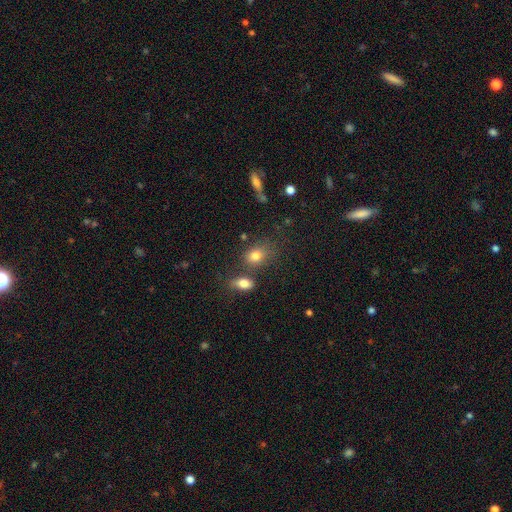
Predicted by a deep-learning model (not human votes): A smooth galaxy with no disk features (79%) that is in between round and cigar-shaped (63%). Merging: none (59%).